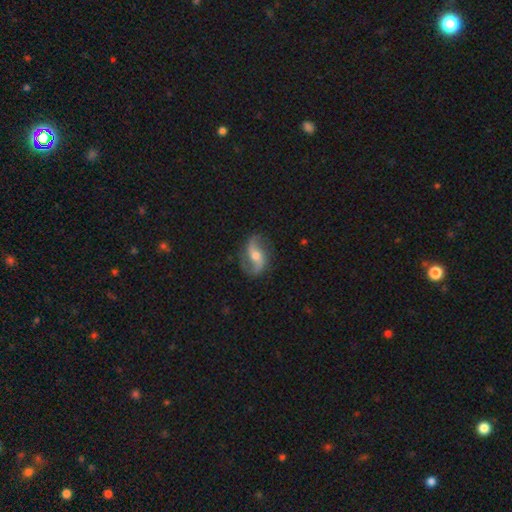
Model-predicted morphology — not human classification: Smooth or featured?
  - featured or disk: 82% *
  - smooth: 12%
  - star or artifact: 6%
Edge-on disk?
  - no: 96% *
  - yes: 4%
Bar?
  - no: 38% *
  - weak: 36%
  - strong: 26%
Spiral arms?
  - yes: 94% *
  - no: 6%
Spiral winding?
  - loose: 62% *
  - medium: 29%
  - tight: 9%
Spiral arm count?
  - 2: 91% *
  - 1: 3%
  - can't tell: 3%
  - 3: 1%
  - 4: 1%
  - more than 4: 1%
Bulge size?
  - moderate: 62% *
  - small: 32%
  - large: 3%
  - none: 1%
  - dominant: 1%
Merging?
  - none: 78% *
  - minor disturbance: 15%
  - major disturbance: 6%
  - merger: 1%